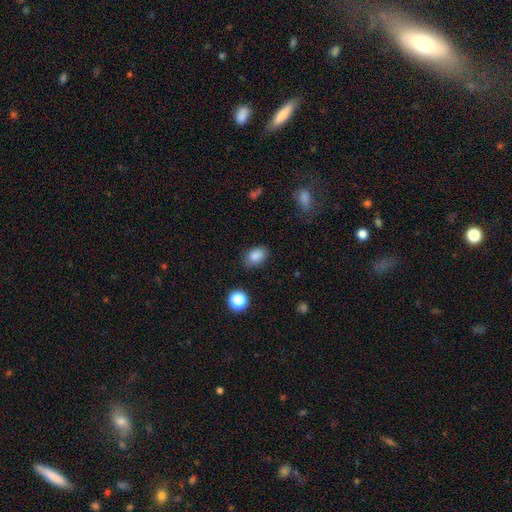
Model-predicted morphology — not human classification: smooth_or_featured: smooth (p=0.85) [alt: star or artifact p=0.10]
how_rounded: in between (p=0.78) [alt: round p=0.21]
merging: none (p=0.82) [alt: minor disturbance p=0.13]